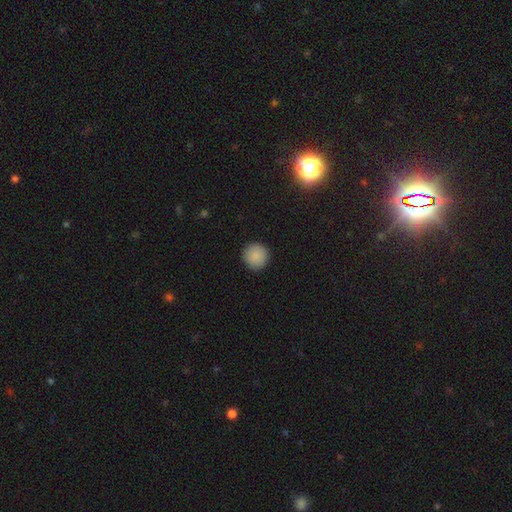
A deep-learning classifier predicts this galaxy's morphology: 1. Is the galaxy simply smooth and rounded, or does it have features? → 89% smooth, 8% star or artifact, 3% featured or disk.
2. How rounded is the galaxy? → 96% round, 3% in between, 1% cigar-shaped.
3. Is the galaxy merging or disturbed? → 93% none, 5% minor disturbance, 2% major disturbance, 1% merger.